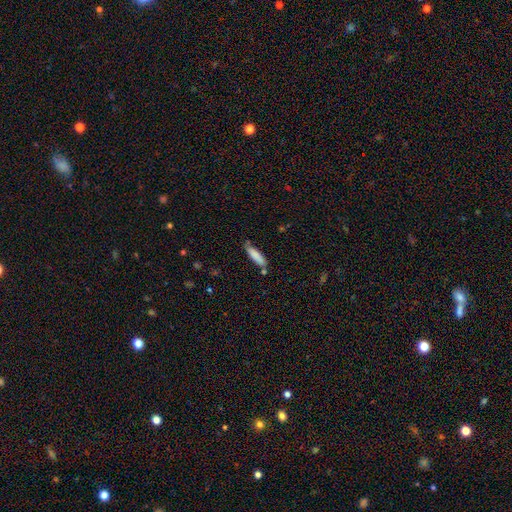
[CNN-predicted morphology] Smooth or featured?
  - smooth: 83% *
  - featured or disk: 10%
  - star or artifact: 7%
How rounded?
  - cigar-shaped: 68% *
  - in between: 31%
  - round: 1%
Merging?
  - none: 69% *
  - minor disturbance: 19%
  - merger: 7%
  - major disturbance: 4%